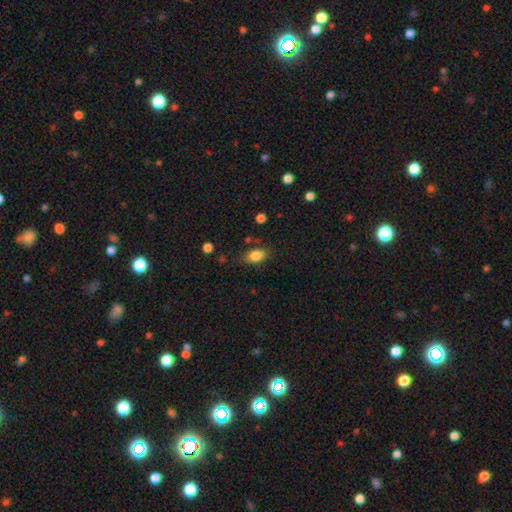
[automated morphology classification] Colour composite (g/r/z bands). It shows a smooth galaxy with no disk features (84%) that is in between round and cigar-shaped (82%). Merging: none (77%).